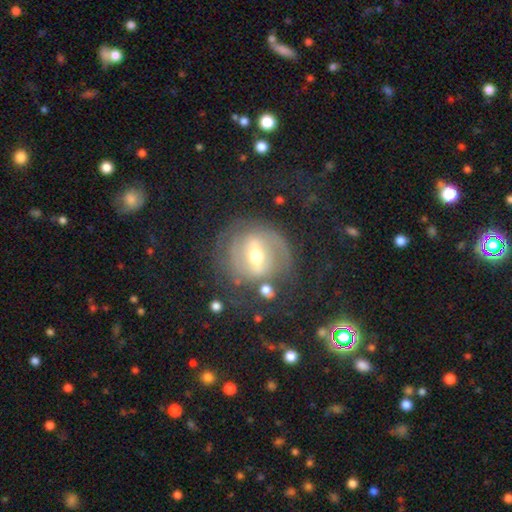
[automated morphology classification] Overall: featured or disk (76%). Edge-on disk: no (94%). Bar: strong (50%; weak 37%). Spiral arms: yes (75%). Spiral arm count: 2 (57%; can't tell 25%). Spiral winding: tight (48%; medium 36%). Bulge size: moderate (71%). Merging: none (65%).